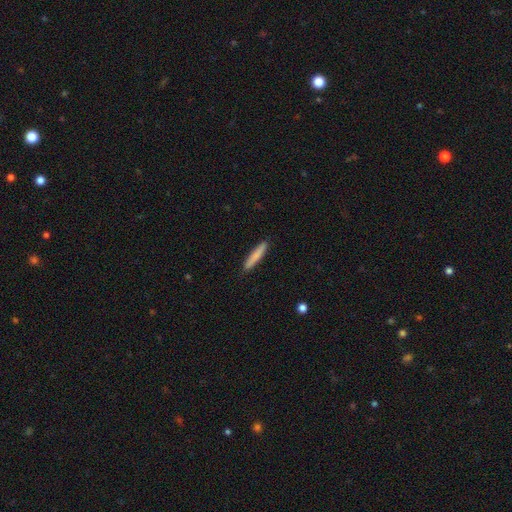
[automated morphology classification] Smooth or featured: smooth — 79% (featured or disk — 15%)
How rounded: cigar-shaped — 93% (in between — 6%)
Merging: none — 90% (minor disturbance — 7%)